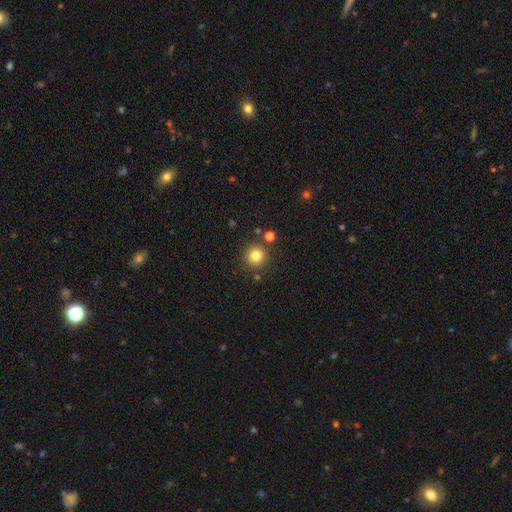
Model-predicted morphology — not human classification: A smooth galaxy with no disk features (82%) that is round (95%).

Vote fractions:
- Smooth or featured? smooth: 82% / star or artifact: 12% / featured or disk: 6%
- How rounded? round: 95% / in between: 4% / cigar-shaped: 1%
- Merging? none: 86% / minor disturbance: 7% / merger: 5% / major disturbance: 2%